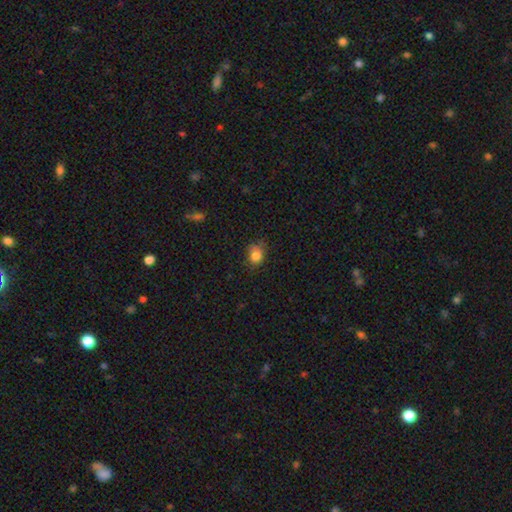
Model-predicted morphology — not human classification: Q: Smooth or featured?
A: smooth (82%); runner-up: star or artifact (11%)
Q: How rounded?
A: round (59%); runner-up: in between (40%)
Q: Merging?
A: none (65%); runner-up: minor disturbance (27%)